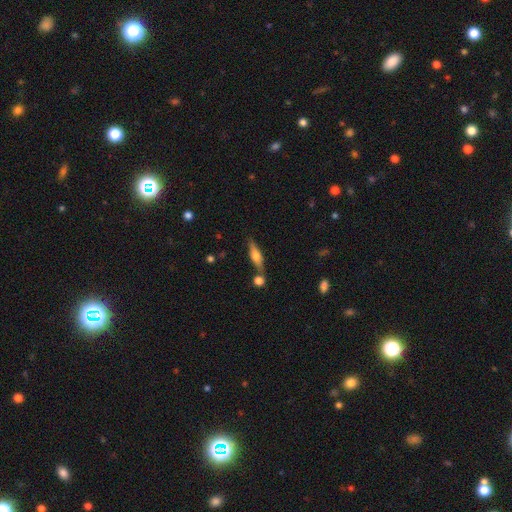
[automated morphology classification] Smooth or featured?
  - featured or disk: 47% *
  - smooth: 46%
  - star or artifact: 8%
Merging?
  - none: 71% *
  - merger: 13%
  - minor disturbance: 12%
  - major disturbance: 3%